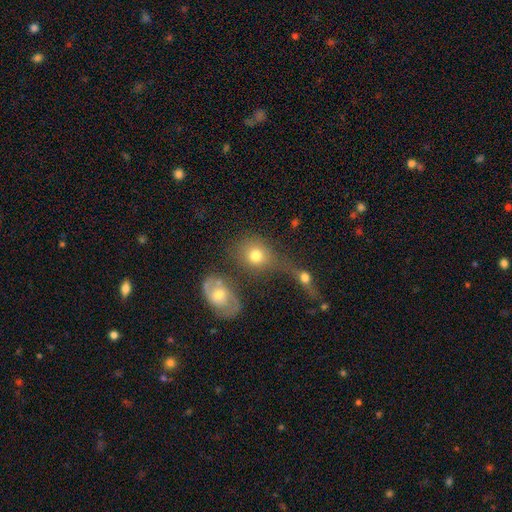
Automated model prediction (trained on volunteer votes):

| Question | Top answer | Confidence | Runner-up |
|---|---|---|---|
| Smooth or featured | smooth | 71% | featured or disk (17%) |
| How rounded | round | 62% | in between (36%) |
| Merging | none | 45% | merger (35%) |